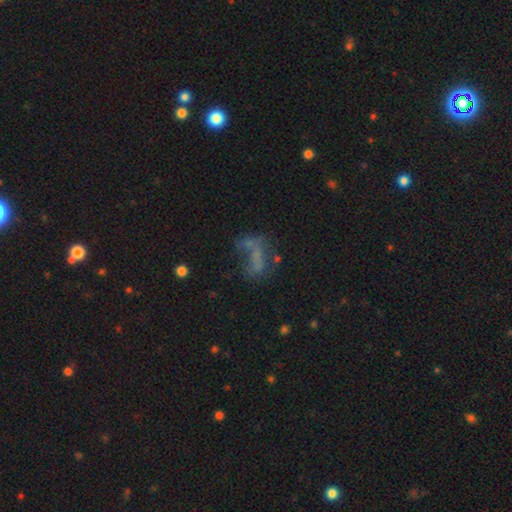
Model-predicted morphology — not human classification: This is marginally a smooth galaxy (41%). Merging: marginally major disturbance (33%).